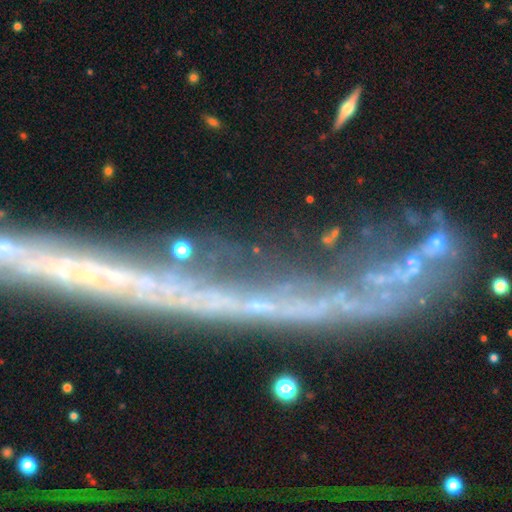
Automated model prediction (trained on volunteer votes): This appears to be a featured or disk galaxy (57%) viewed edge-on (58%). Merging: none (51%).